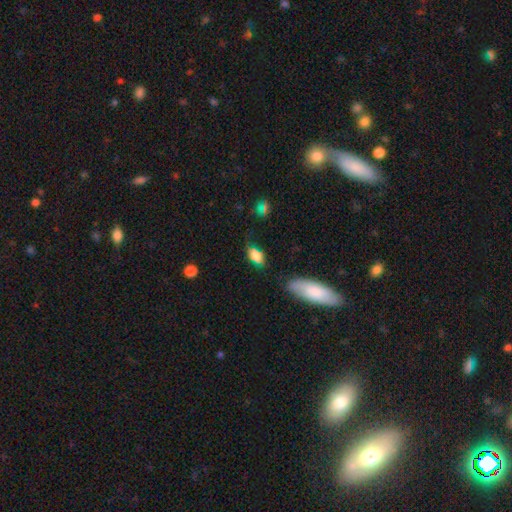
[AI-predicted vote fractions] smooth-or-featured: smooth: 76% | featured or disk: 12% | star or artifact: 12%
  how-rounded: in between: 84% | round: 11% | cigar-shaped: 5%
  merging: none: 54% | minor disturbance: 29% | major disturbance: 11% | merger: 6%